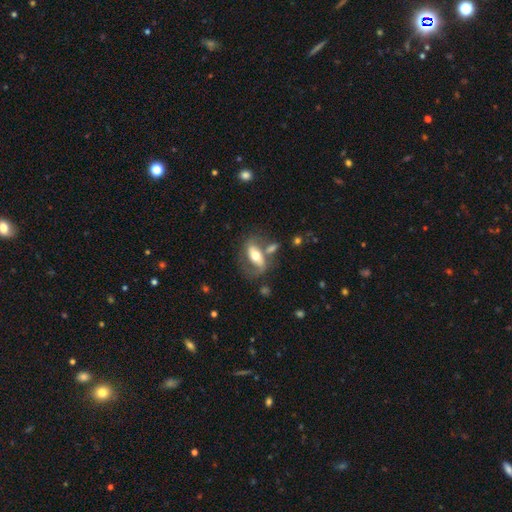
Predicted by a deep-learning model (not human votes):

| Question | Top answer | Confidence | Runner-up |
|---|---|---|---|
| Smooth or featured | featured or disk | 55% | smooth (38%) |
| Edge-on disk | no | 83% | yes (17%) |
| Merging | none | 47% | minor disturbance (19%) |